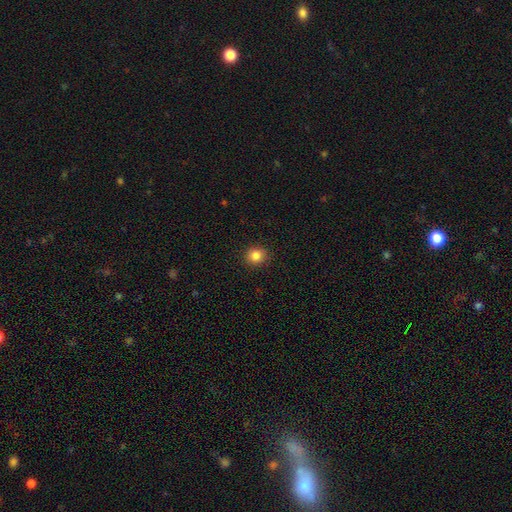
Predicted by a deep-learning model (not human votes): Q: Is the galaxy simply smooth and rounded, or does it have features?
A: smooth — 84%.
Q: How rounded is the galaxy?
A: round — 86%.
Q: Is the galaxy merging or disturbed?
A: none — 91%.